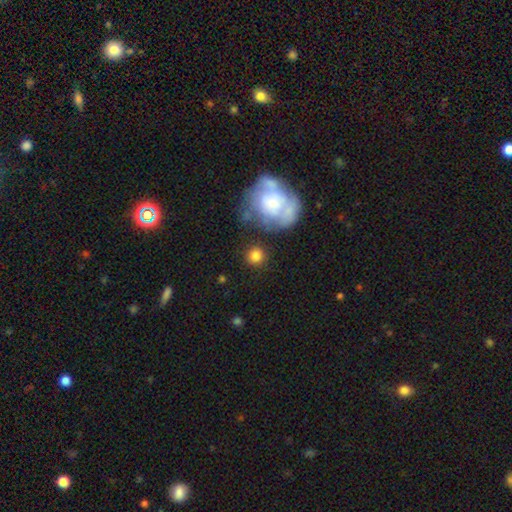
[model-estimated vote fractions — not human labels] Q: Smooth or featured?
A: smooth (80%); runner-up: featured or disk (12%)
Q: How rounded?
A: round (91%); runner-up: in between (8%)
Q: Merging?
A: none (81%); runner-up: minor disturbance (9%)